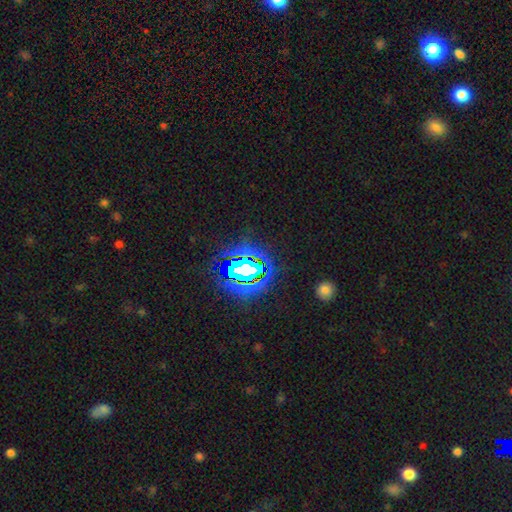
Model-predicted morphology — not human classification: This appears to be a star or artifact, not a galaxy (78%).